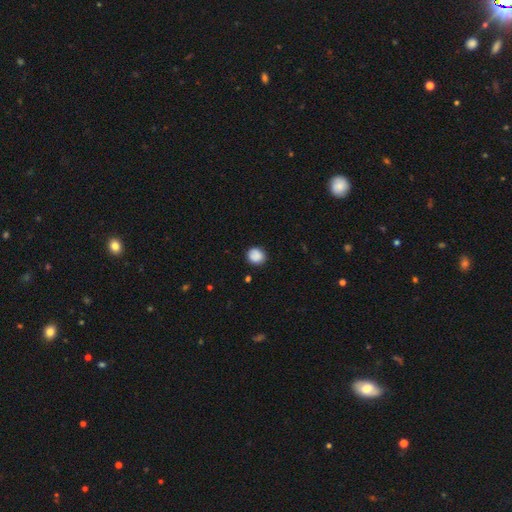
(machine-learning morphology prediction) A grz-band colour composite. It shows a smooth galaxy with no disk features (87%) that is round (81%). Merging: none (83%).